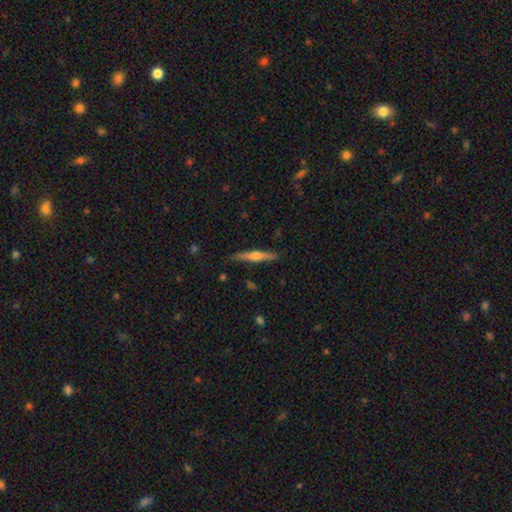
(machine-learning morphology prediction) smooth-or-featured: featured or disk: 66% | smooth: 28% | star or artifact: 6%
  disk-edge-on: yes: 98% | no: 2%
    edge-on-bulge: rounded: 85% | boxy: 9% | none: 6%
  merging: none: 89% | minor disturbance: 8% | major disturbance: 2% | merger: 1%